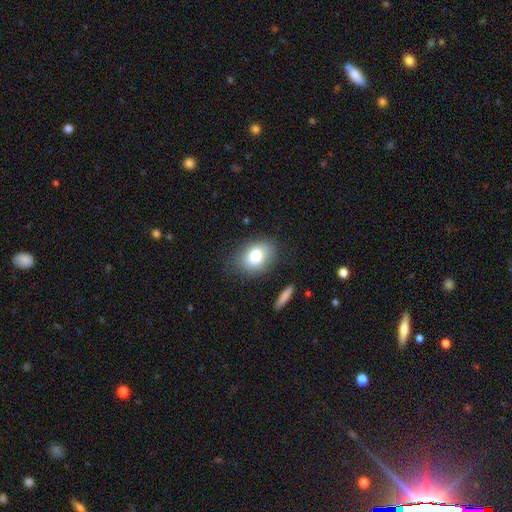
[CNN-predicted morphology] A smooth galaxy with no disk features (76%) that is in between round and cigar-shaped (64%).

Vote fractions:
- Smooth or featured? smooth: 76% / featured or disk: 14% / star or artifact: 10%
- How rounded? in between: 64% / round: 35% / cigar-shaped: 1%
- Merging? none: 79% / minor disturbance: 14% / major disturbance: 5% / merger: 2%